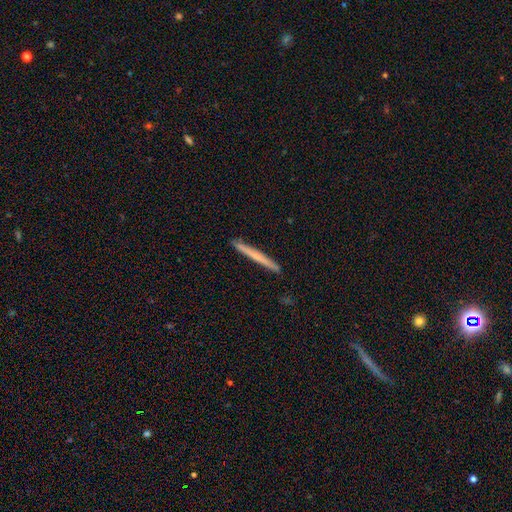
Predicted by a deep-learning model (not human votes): Smooth or featured? Predicted: smooth (p=0.54). How rounded? Predicted: cigar-shaped (p=0.97). Merging? Predicted: none (p=0.92).